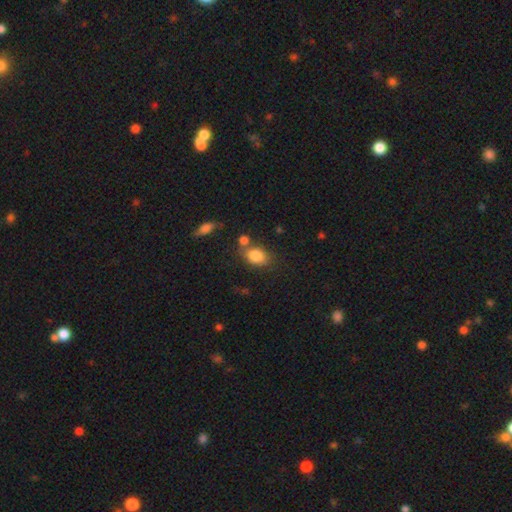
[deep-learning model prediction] smooth-or-featured: smooth: 84% | star or artifact: 9% | featured or disk: 8%
  how-rounded: in between: 76% | round: 23% | cigar-shaped: 2%
  merging: none: 60% | merger: 20% | minor disturbance: 15% | major disturbance: 5%